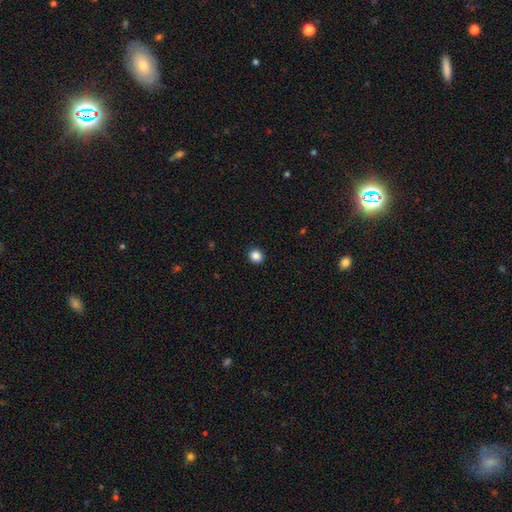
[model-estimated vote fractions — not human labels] Smooth or featured? smooth (87%)
How rounded? round (79%)
Merging? none (92%)